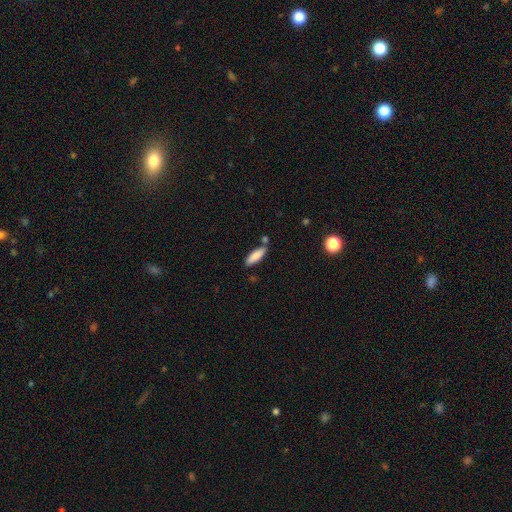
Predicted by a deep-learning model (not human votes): Q: Smooth or featured?
A: smooth (84%); runner-up: featured or disk (9%)
Q: How rounded?
A: in between (52%); runner-up: cigar-shaped (46%)
Q: Merging?
A: none (75%); runner-up: minor disturbance (13%)